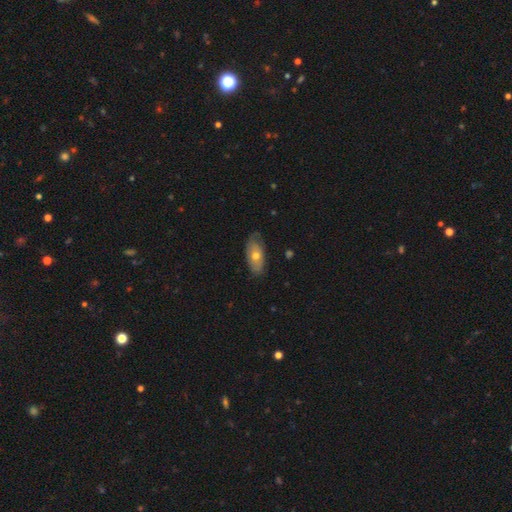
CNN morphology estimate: This appears to be a smooth galaxy with no disk features (57%) that is in between round and cigar-shaped (86%). Merging: none (70%).